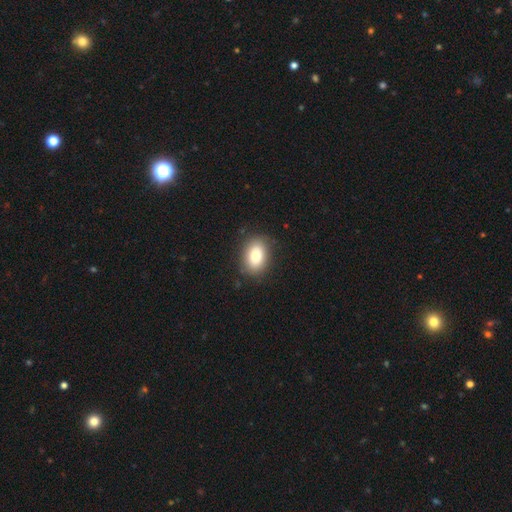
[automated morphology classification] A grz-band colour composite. It shows a smooth galaxy with no disk features (81%) that is in between round and cigar-shaped (80%). Merging: none (83%).